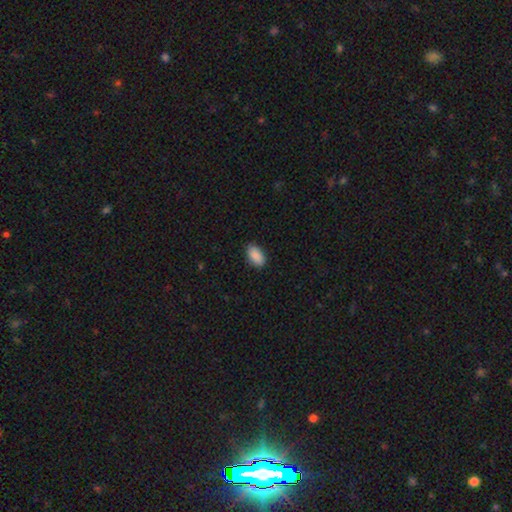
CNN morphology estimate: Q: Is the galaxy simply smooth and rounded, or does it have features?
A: smooth — 90%.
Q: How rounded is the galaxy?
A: in between — 94%.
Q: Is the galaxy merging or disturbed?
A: none — 87%.